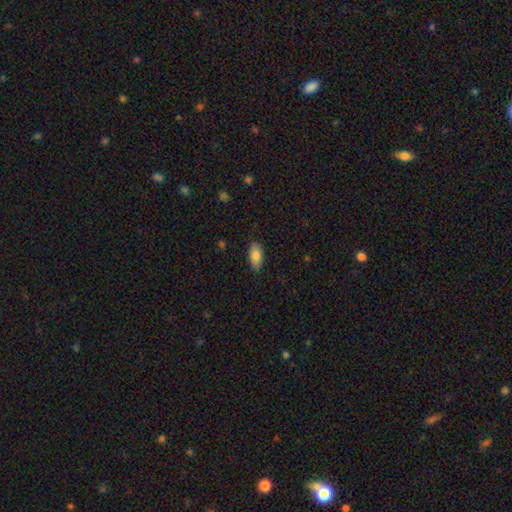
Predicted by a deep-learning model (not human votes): Smooth or featured: smooth — 80% (featured or disk — 13%)
How rounded: in between — 90% (cigar-shaped — 8%)
Merging: none — 87% (minor disturbance — 10%)